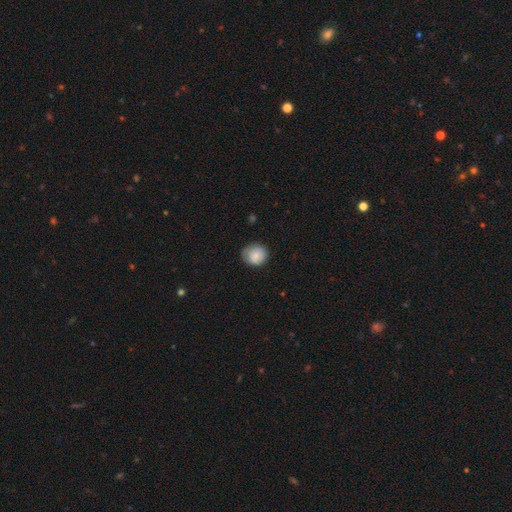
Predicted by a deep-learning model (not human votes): smooth-or-featured: smooth: 85% | featured or disk: 8% | star or artifact: 8%
  how-rounded: round: 80% | in between: 19% | cigar-shaped: 1%
  merging: none: 72% | minor disturbance: 23% | major disturbance: 4% | merger: 1%